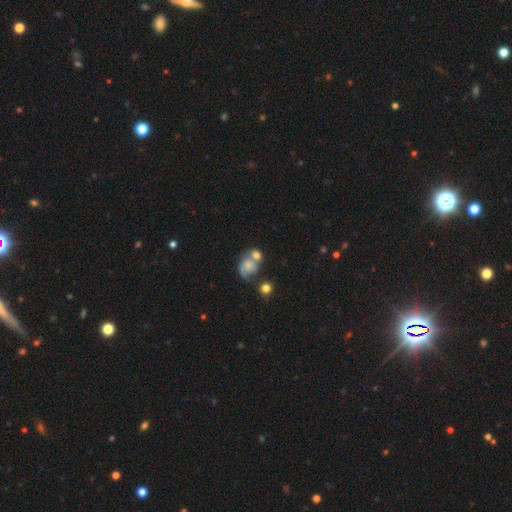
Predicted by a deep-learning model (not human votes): Smooth or featured? smooth (42%)
Merging? none (49%)